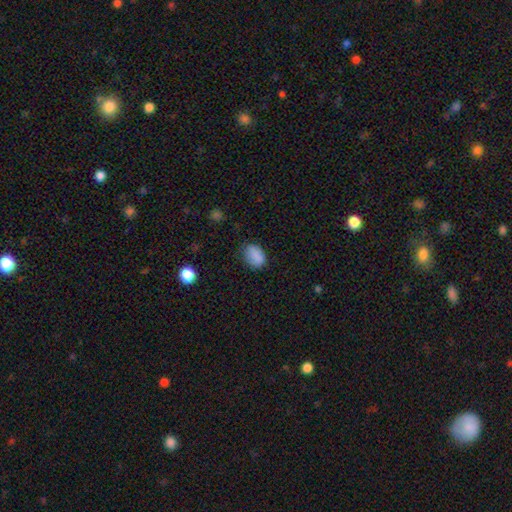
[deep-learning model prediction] Smooth or featured: smooth — 85% (star or artifact — 10%)
How rounded: in between — 75% (round — 23%)
Merging: none — 69% (minor disturbance — 24%)